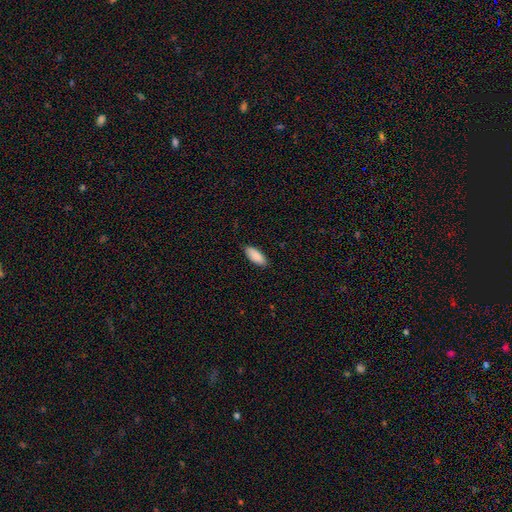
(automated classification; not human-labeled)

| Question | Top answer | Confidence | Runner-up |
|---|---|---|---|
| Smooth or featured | smooth | 90% | star or artifact (6%) |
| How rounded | in between | 80% | cigar-shaped (18%) |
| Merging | none | 87% | minor disturbance (10%) |